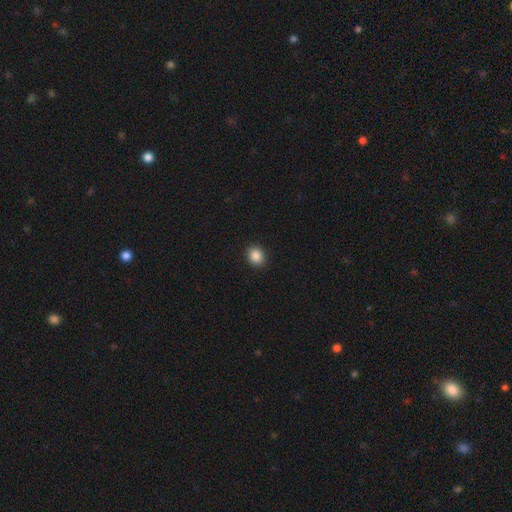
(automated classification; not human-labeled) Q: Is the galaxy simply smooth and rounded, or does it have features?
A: smooth — 87%.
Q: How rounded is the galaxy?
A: round — 64%.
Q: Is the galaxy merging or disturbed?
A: none — 92%.